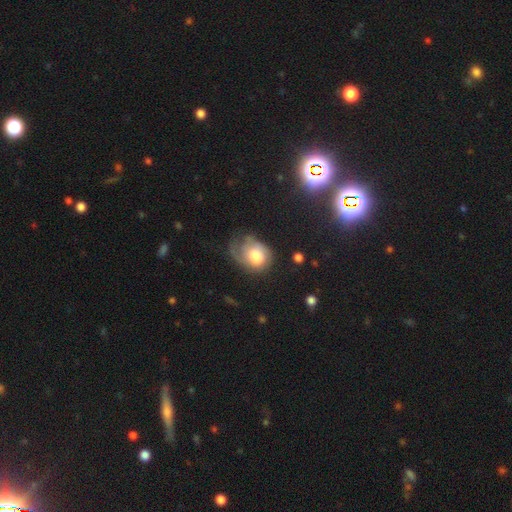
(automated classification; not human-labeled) The model was most divided on "merging": major disturbance: 38%, minor disturbance: 31%, none: 28%, merger: 3%. More confident: how rounded — in between (54%); smooth or featured — smooth (53%).